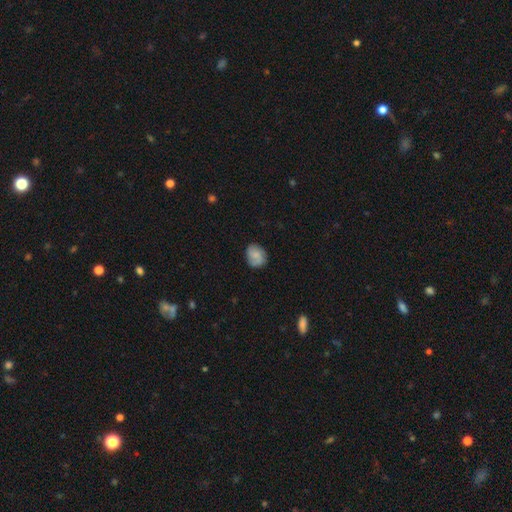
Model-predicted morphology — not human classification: Smooth or featured? Predicted: smooth (p=0.62). How rounded? Predicted: round (p=0.56). Merging? Predicted: none (p=0.74).